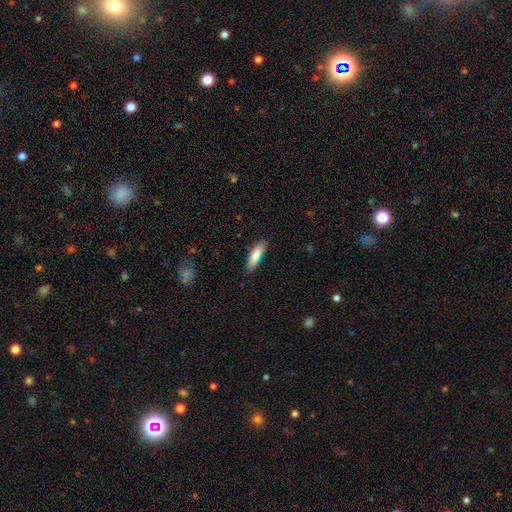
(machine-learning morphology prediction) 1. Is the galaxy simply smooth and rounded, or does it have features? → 85% smooth, 9% featured or disk, 6% star or artifact.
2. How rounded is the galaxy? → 61% cigar-shaped, 37% in between, 1% round.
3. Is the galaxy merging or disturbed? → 82% none, 14% minor disturbance, 3% major disturbance, 2% merger.